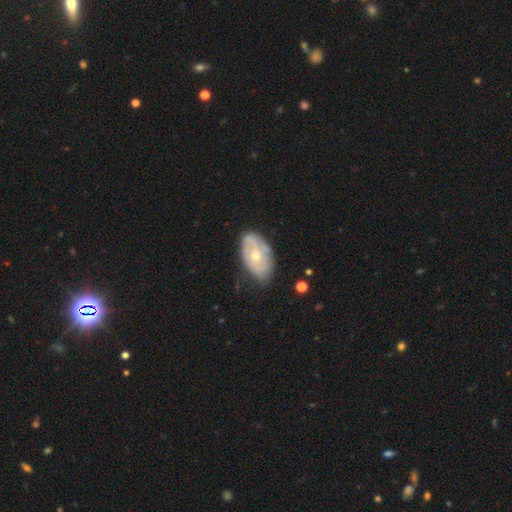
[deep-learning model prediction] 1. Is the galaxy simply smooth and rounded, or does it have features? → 57% featured or disk, 37% smooth, 6% star or artifact.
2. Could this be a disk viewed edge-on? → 92% no, 8% yes.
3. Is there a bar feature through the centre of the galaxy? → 80% no, 16% weak, 4% strong.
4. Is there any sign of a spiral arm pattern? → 54% no, 46% yes.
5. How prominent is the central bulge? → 51% moderate, 46% small, 2% large, 1% none, 1% dominant.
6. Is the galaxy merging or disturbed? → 63% none, 28% minor disturbance, 7% major disturbance, 2% merger.